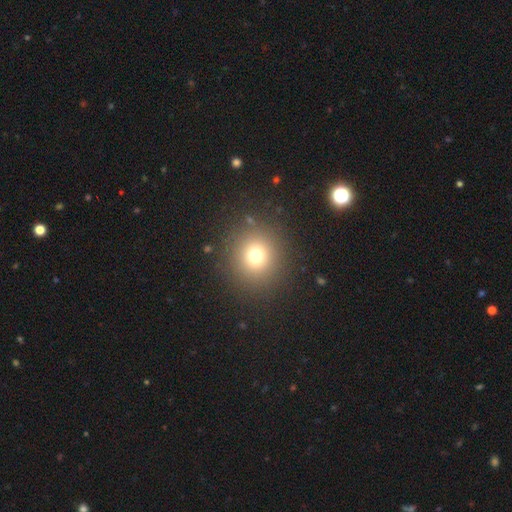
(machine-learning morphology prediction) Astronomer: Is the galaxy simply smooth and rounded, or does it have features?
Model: smooth — 73%.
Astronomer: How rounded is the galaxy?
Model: round — 91%.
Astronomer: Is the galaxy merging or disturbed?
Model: none — 88%.